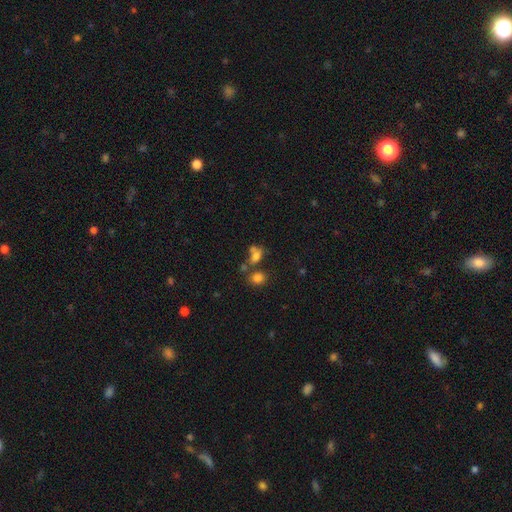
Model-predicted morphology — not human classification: The model was most divided on "merging": none: 38%, merger: 36%, minor disturbance: 15%, major disturbance: 12%. More confident: how rounded — in between (69%); smooth or featured — smooth (69%).